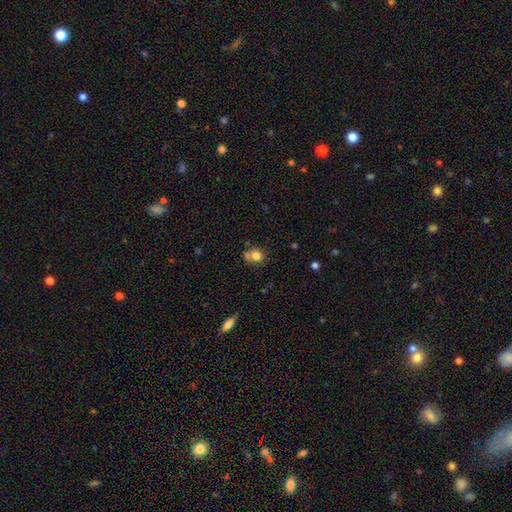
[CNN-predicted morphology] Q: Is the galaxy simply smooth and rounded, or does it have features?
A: smooth — 78%.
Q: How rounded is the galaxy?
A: round — 76%.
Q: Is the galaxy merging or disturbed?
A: none — 56%.